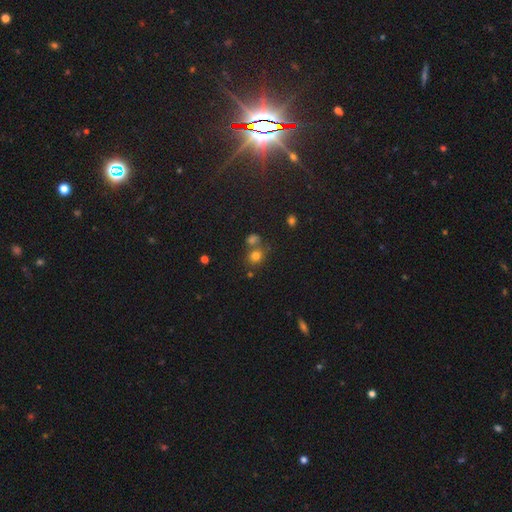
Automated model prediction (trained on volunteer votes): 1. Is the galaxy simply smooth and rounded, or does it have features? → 73% smooth, 17% star or artifact, 10% featured or disk.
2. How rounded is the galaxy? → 75% round, 24% in between, 1% cigar-shaped.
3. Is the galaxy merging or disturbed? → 57% none, 27% merger, 11% minor disturbance, 5% major disturbance.